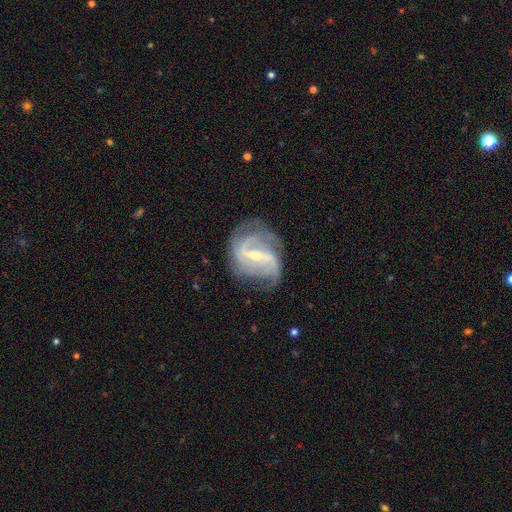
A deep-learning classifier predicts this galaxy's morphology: smooth-or-featured: featured or disk: 87% | smooth: 6% | star or artifact: 6%
  disk-edge-on: no: 97% | yes: 3%
    bar: strong: 57% | weak: 35% | no: 8%
    has-spiral-arms: yes: 94% | no: 6%
      spiral-winding: medium: 43% | loose: 34% | tight: 22%
      spiral-arm-count: 2: 59% | can't tell: 15% | 3: 14% | 1: 5% | 4: 4% | more than 4: 3%
    bulge-size: small: 59% | moderate: 36% | none: 3% | large: 2% | dominant: 1%
  merging: none: 63% | minor disturbance: 21% | major disturbance: 14% | merger: 2%